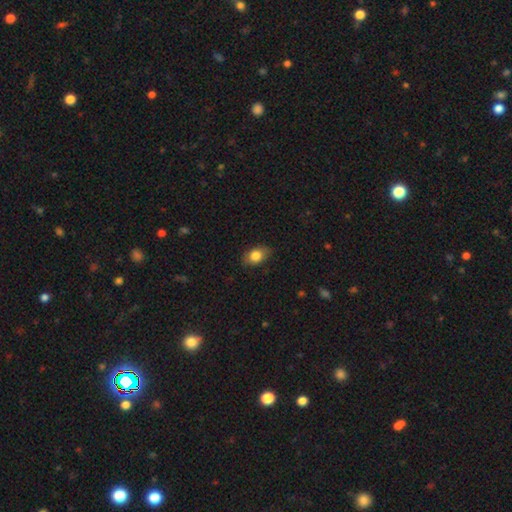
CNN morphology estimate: Smooth or featured? smooth (82%)
How rounded? in between (80%)
Merging? none (81%)